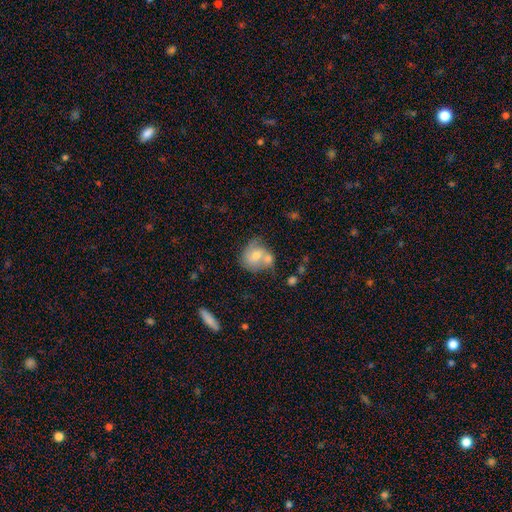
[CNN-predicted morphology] The model was most divided on "smooth or featured": smooth: 59%, featured or disk: 34%, star or artifact: 7%. More confident: how rounded — round (65%); merging — merger (55%).